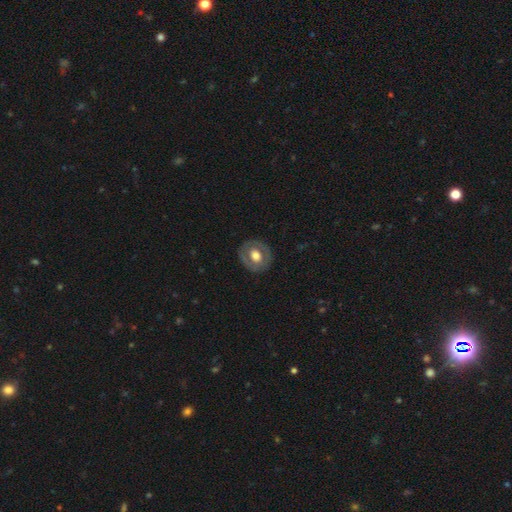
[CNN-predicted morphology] smooth 49%, featured or disk 45%, star or artifact 6%. Down the decision tree: merging — none (84%).